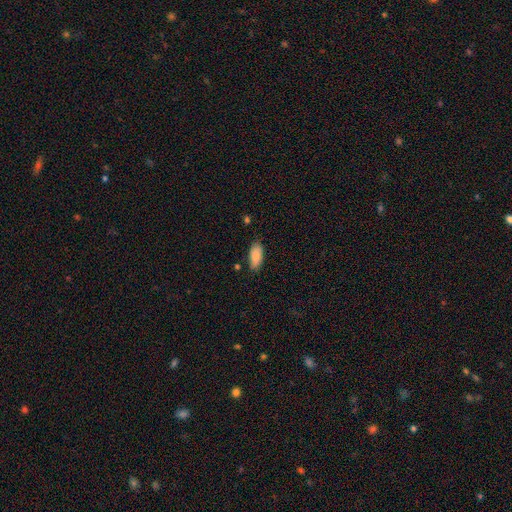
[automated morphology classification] smooth 86%, featured or disk 7%, star or artifact 6%. Down the decision tree: how rounded — in between (87%); merging — none (80%).